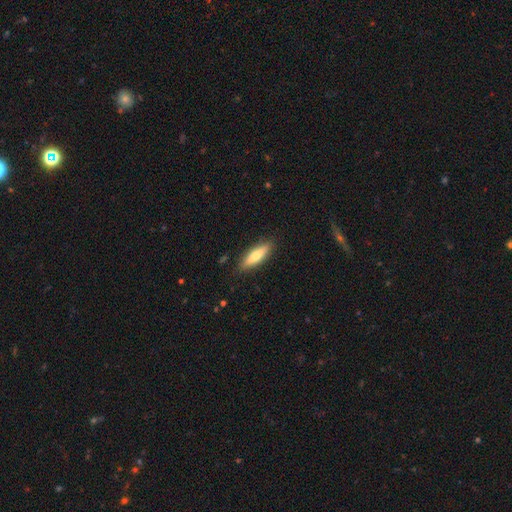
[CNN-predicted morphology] This appears to be a smooth galaxy with no disk features (70%) that is cigar-shaped (55%). Merging: none (87%).